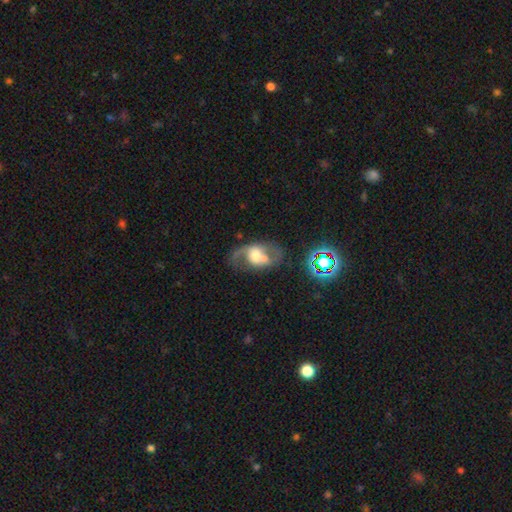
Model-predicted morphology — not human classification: featured or disk 66%, smooth 23%, star or artifact 10%. Down the decision tree: edge-on disk — no (95%); bar — no (58%); spiral arms — yes (74%); bulge size — moderate (46%); merging — none (41%).